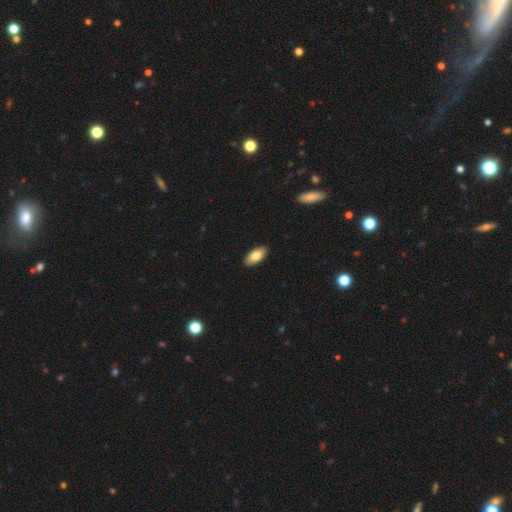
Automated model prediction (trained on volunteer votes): A smooth galaxy with no disk features (82%) that is in between round and cigar-shaped (92%).

Vote fractions:
- Smooth or featured? smooth: 82% / featured or disk: 12% / star or artifact: 6%
- How rounded? in between: 92% / cigar-shaped: 6% / round: 2%
- Merging? none: 90% / minor disturbance: 7% / major disturbance: 1% / merger: 1%